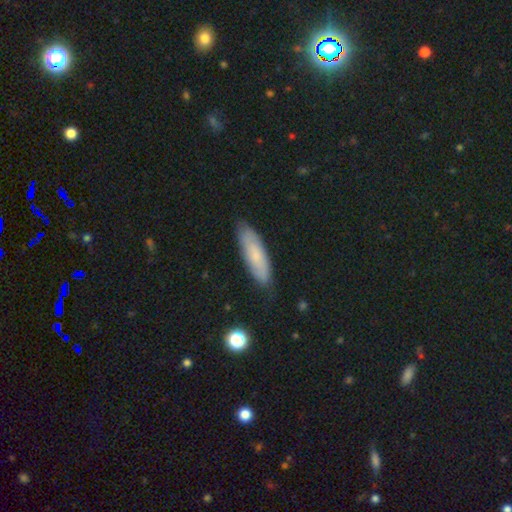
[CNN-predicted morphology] Smooth or featured? Predicted: smooth (p=0.68). How rounded? Predicted: cigar-shaped (p=0.56). Merging? Predicted: none (p=0.82).